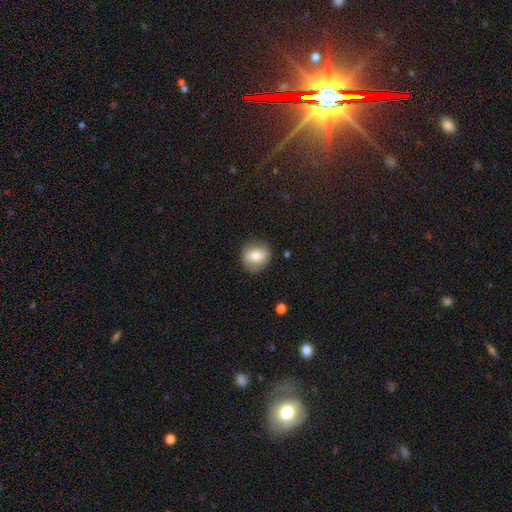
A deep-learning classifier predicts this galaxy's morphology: smooth 74%, featured or disk 18%, star or artifact 8%. Down the decision tree: how rounded — round (78%); merging — none (84%).